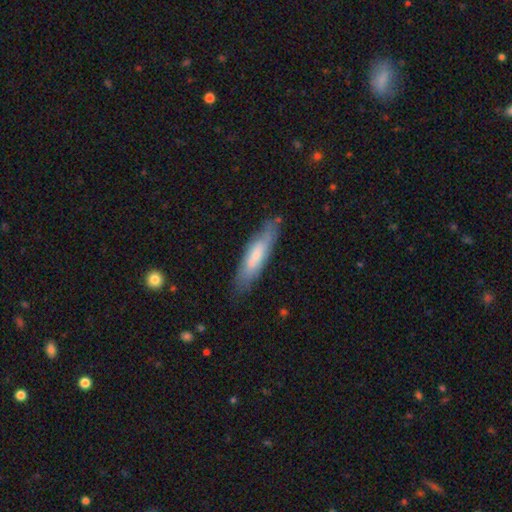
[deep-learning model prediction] The model was most divided on "smooth or featured": smooth: 59%, featured or disk: 35%, star or artifact: 6%. More confident: merging — none (76%); how rounded — cigar-shaped (67%).